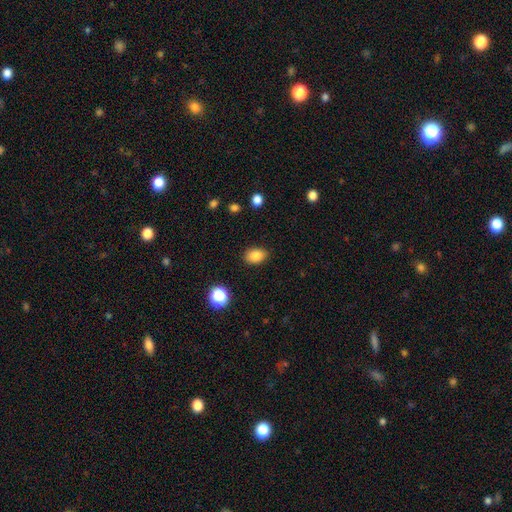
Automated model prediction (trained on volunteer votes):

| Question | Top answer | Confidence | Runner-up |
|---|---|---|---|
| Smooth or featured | smooth | 84% | star or artifact (10%) |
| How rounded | in between | 78% | round (21%) |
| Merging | none | 86% | minor disturbance (10%) |